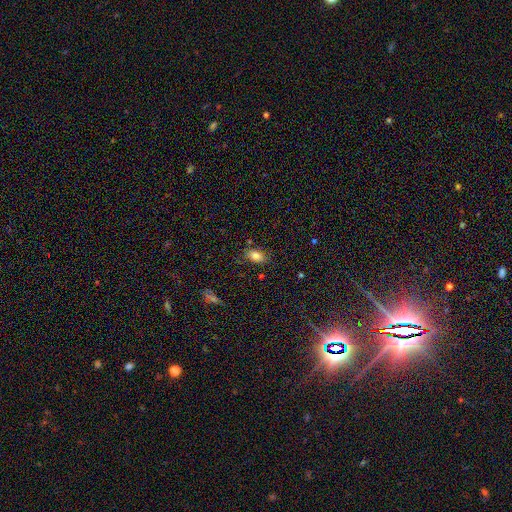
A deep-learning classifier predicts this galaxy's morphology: Smooth or featured?
  - smooth: 82% *
  - star or artifact: 10%
  - featured or disk: 8%
How rounded?
  - in between: 87% *
  - round: 11%
  - cigar-shaped: 2%
Merging?
  - none: 80% *
  - minor disturbance: 14%
  - major disturbance: 3%
  - merger: 3%